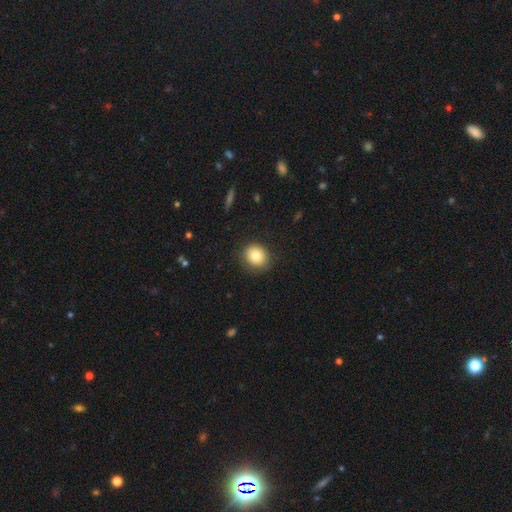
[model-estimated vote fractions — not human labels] This appears to be a smooth galaxy with no disk features (83%) that is round (76%). Merging: none (82%).